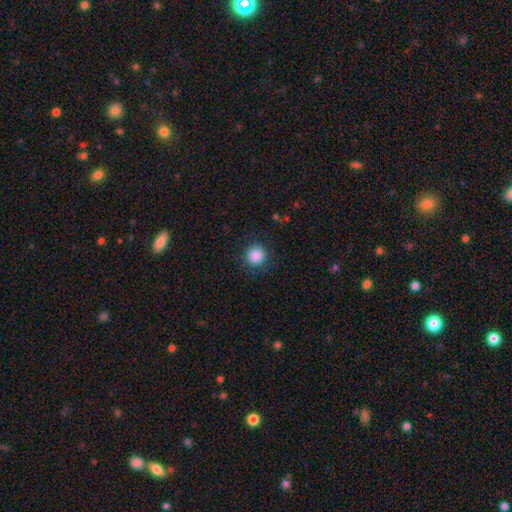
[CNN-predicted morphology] Smooth or featured?
  - smooth: 87% *
  - star or artifact: 9%
  - featured or disk: 4%
How rounded?
  - round: 93% *
  - in between: 6%
  - cigar-shaped: 1%
Merging?
  - none: 87% *
  - minor disturbance: 8%
  - major disturbance: 3%
  - merger: 1%